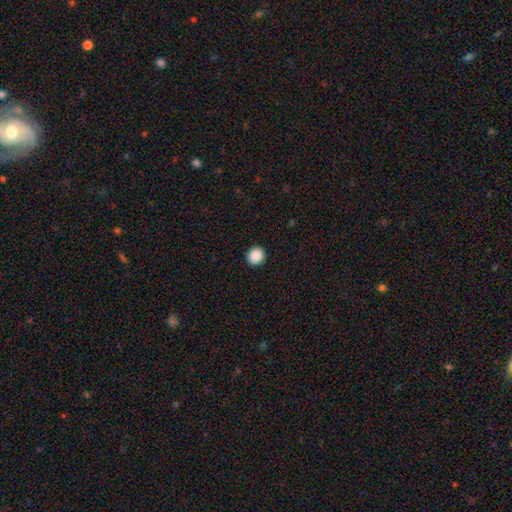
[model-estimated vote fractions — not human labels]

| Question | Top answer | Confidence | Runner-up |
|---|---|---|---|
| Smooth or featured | smooth | 89% | star or artifact (9%) |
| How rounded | round | 92% | in between (7%) |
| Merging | none | 93% | minor disturbance (5%) |